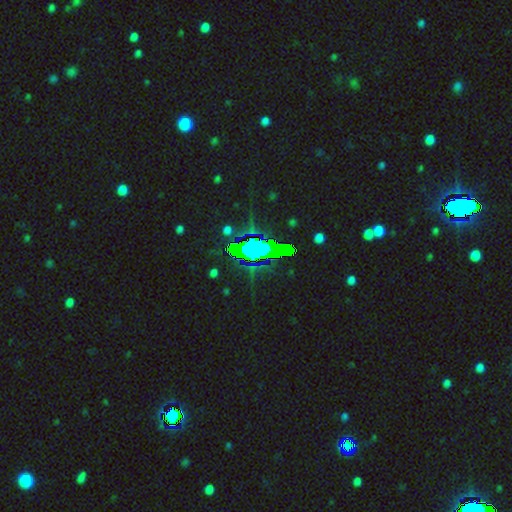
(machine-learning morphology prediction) A star or artifact, not a galaxy (75%).